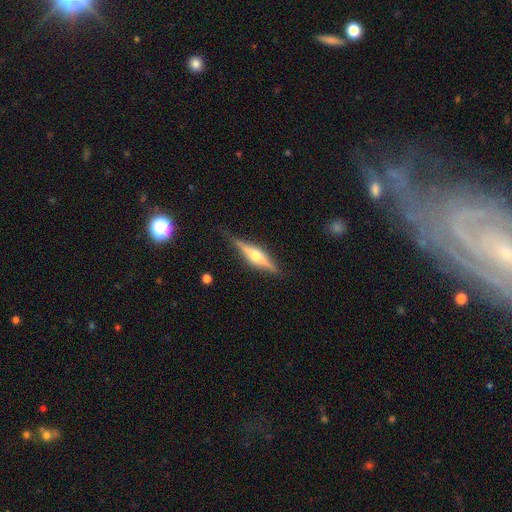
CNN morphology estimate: This appears to be a featured or disk galaxy (72%) viewed edge-on (97%) with a rounded central bulge (87%). Merging: none (83%).